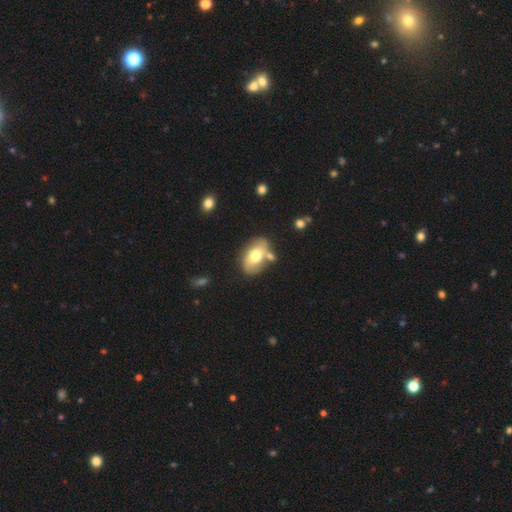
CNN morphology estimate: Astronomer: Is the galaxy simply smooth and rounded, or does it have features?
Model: smooth — 60%.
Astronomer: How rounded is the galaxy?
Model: in between — 89%.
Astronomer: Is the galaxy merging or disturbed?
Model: none — 59%.